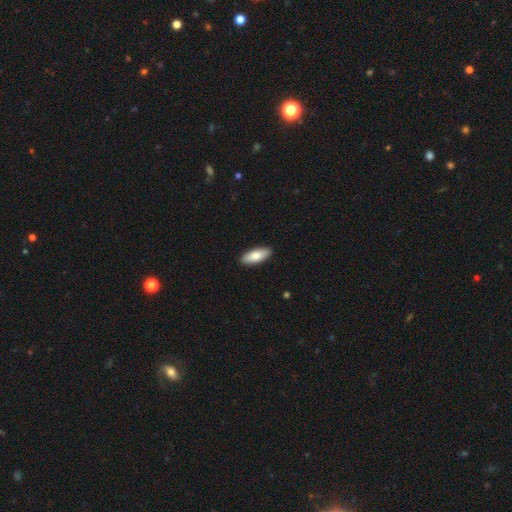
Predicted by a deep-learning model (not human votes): smooth-or-featured: smooth: 80% | featured or disk: 15% | star or artifact: 5%
  how-rounded: in between: 75% | cigar-shaped: 23% | round: 2%
  merging: none: 91% | minor disturbance: 7% | major disturbance: 1% | merger: 1%